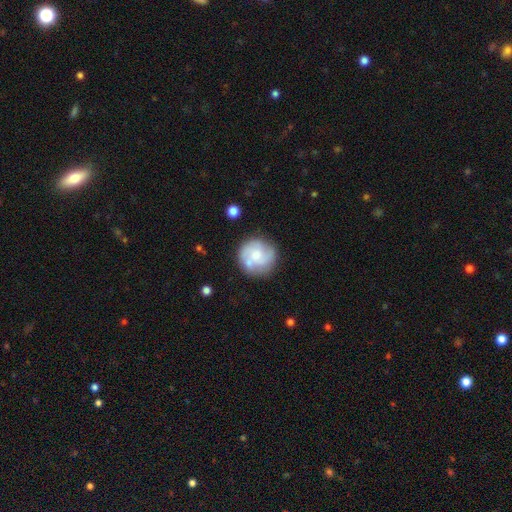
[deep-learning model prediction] Q: Smooth or featured?
A: featured or disk (54%); runner-up: smooth (39%)
Q: Edge-on disk?
A: no (98%); runner-up: yes (2%)
Q: Bar?
A: no (73%); runner-up: weak (23%)
Q: Spiral arms?
A: yes (79%); runner-up: no (21%)
Q: Bulge size?
A: small (47%); runner-up: moderate (46%)
Q: Merging?
A: none (73%); runner-up: minor disturbance (16%)